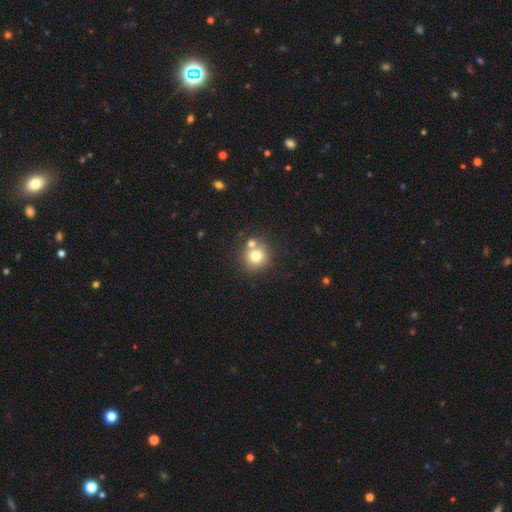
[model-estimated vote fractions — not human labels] Smooth or featured: smooth — 74% (featured or disk — 13%)
How rounded: round — 89% (in between — 10%)
Merging: none — 64% (merger — 24%)